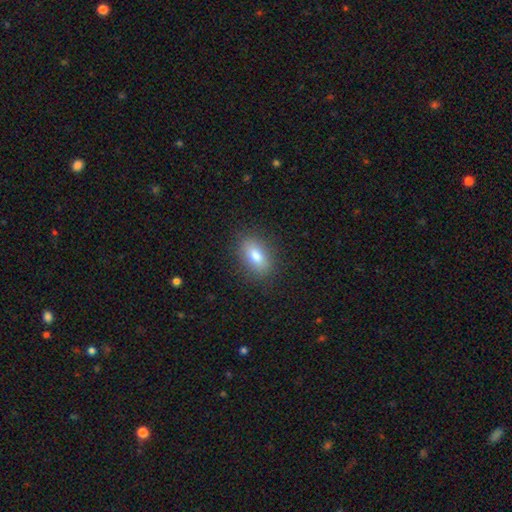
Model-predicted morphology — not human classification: Smooth or featured?
  - smooth: 82% *
  - featured or disk: 10%
  - star or artifact: 8%
How rounded?
  - in between: 87% *
  - round: 7%
  - cigar-shaped: 5%
Merging?
  - none: 87% *
  - minor disturbance: 10%
  - major disturbance: 3%
  - merger: 1%